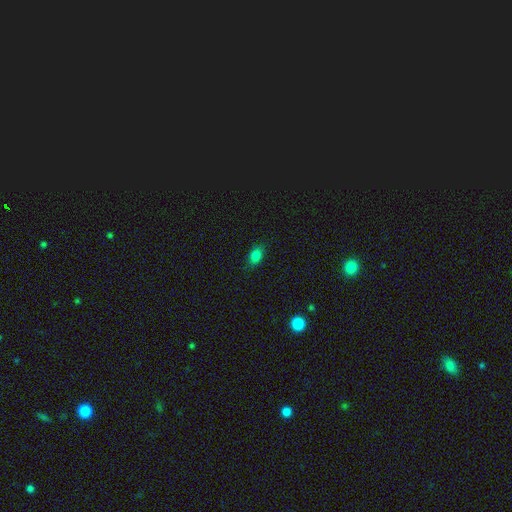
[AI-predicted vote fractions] smooth-or-featured: smooth: 82% | star or artifact: 12% | featured or disk: 5%
  how-rounded: in between: 83% | round: 14% | cigar-shaped: 3%
  merging: none: 83% | minor disturbance: 13% | major disturbance: 3% | merger: 1%